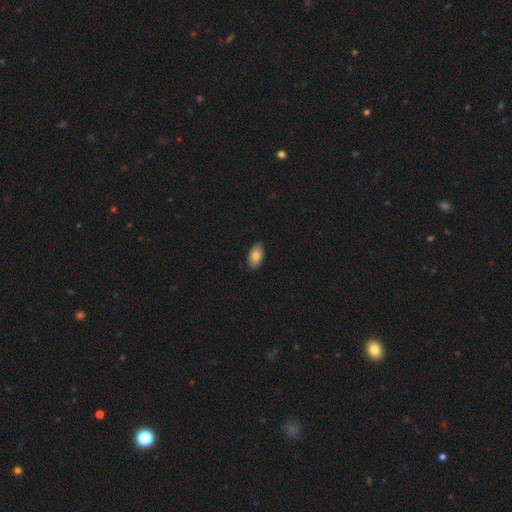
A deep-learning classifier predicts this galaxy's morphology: A smooth galaxy with no disk features (79%) that is in between round and cigar-shaped (93%). Merging: none (87%).